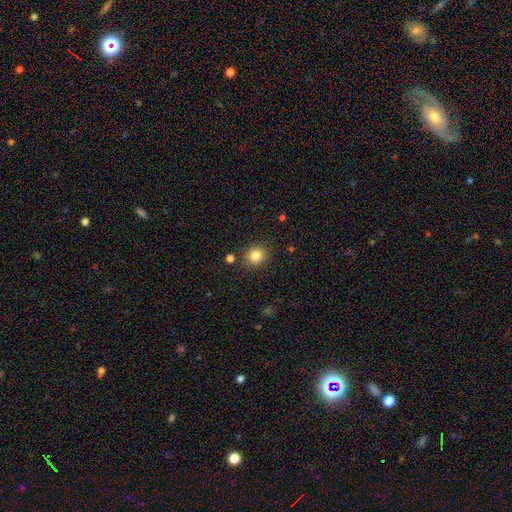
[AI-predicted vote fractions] A smooth galaxy with no disk features (83%) that is round (80%).

Vote fractions:
- Smooth or featured? smooth: 83% / star or artifact: 11% / featured or disk: 5%
- How rounded? round: 80% / in between: 19% / cigar-shaped: 1%
- Merging? none: 86% / minor disturbance: 8% / merger: 3% / major disturbance: 3%